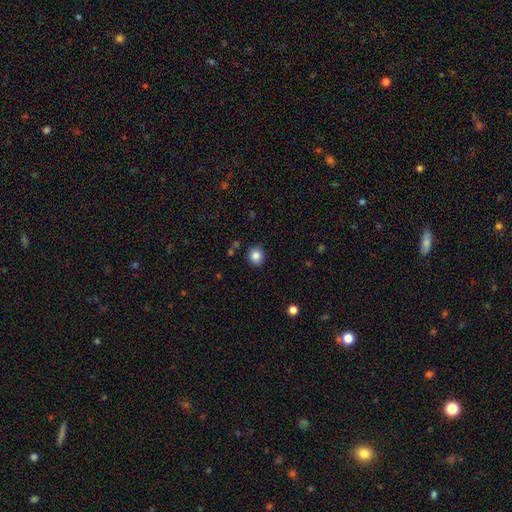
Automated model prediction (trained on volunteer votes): Smooth or featured: smooth — 85% (star or artifact — 10%)
How rounded: round — 79% (in between — 20%)
Merging: none — 89% (minor disturbance — 7%)